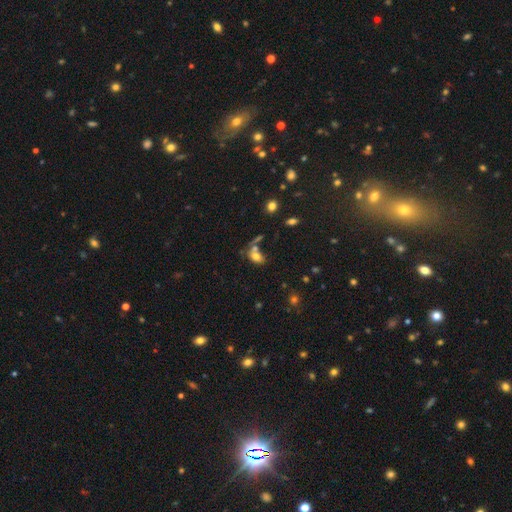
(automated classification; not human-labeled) The model was most divided on "merging": none: 39%, merger: 36%, minor disturbance: 15%, major disturbance: 11%. More confident: how rounded — in between (86%); smooth or featured — smooth (72%).